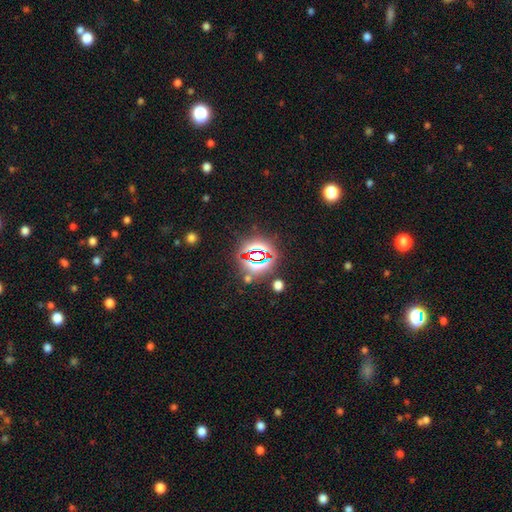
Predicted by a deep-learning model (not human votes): The model was most divided on "smooth or featured": star or artifact: 74%, smooth: 17%, featured or disk: 9%.